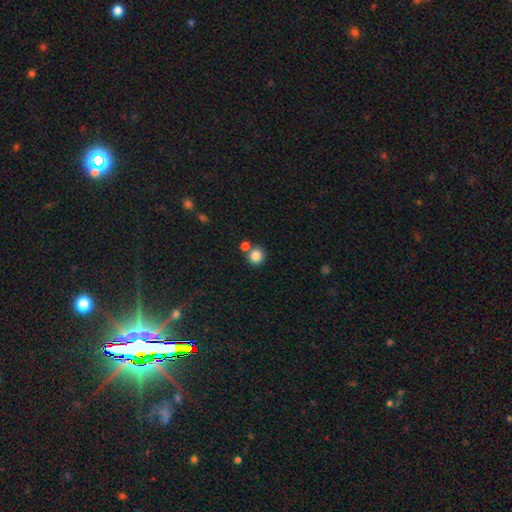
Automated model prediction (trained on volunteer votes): smooth-or-featured: smooth: 85% | star or artifact: 10% | featured or disk: 5%
  how-rounded: round: 91% | in between: 8% | cigar-shaped: 1%
  merging: none: 68% | merger: 22% | minor disturbance: 8% | major disturbance: 3%